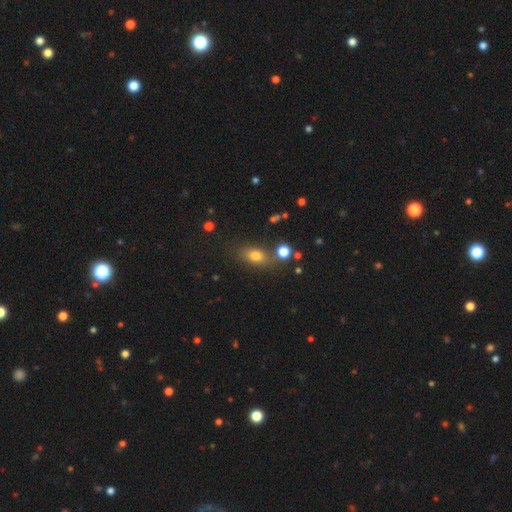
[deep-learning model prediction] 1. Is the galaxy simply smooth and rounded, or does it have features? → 76% smooth, 14% star or artifact, 10% featured or disk.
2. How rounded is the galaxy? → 74% in between, 21% round, 6% cigar-shaped.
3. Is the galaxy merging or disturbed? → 71% none, 14% minor disturbance, 10% merger, 5% major disturbance.